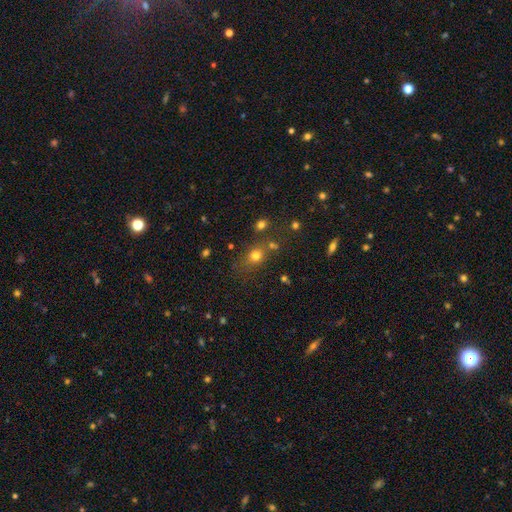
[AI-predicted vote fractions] Smooth or featured?
  - smooth: 73% *
  - star or artifact: 18%
  - featured or disk: 9%
How rounded?
  - round: 61% *
  - in between: 37%
  - cigar-shaped: 2%
Merging?
  - none: 67% *
  - minor disturbance: 15%
  - merger: 11%
  - major disturbance: 7%